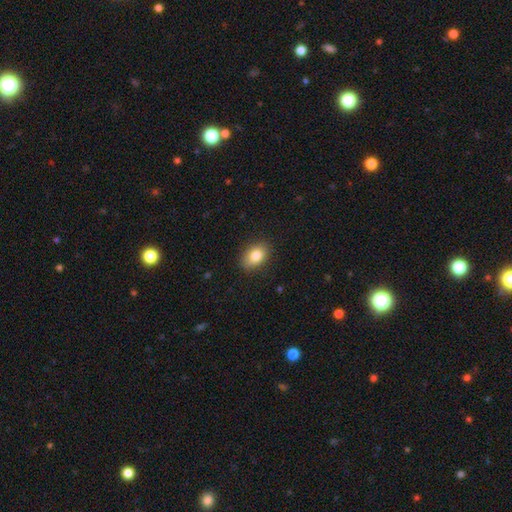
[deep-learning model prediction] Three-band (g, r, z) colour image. It shows a smooth galaxy with no disk features (83%) that is in between round and cigar-shaped (85%). Merging: none (87%).